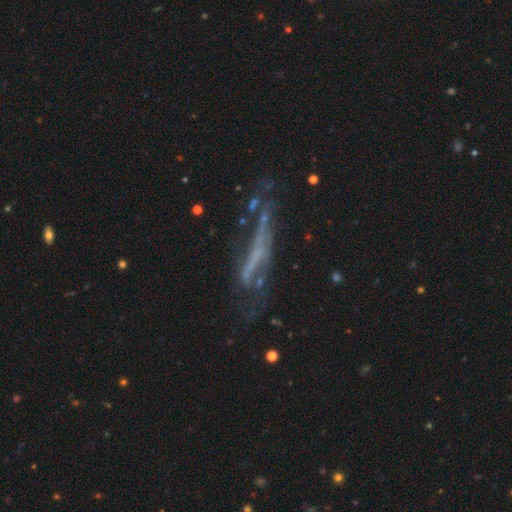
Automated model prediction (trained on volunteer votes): A featured or disk galaxy (59%) viewed edge-on (51%).

Vote fractions:
- Smooth or featured? featured or disk: 59% / smooth: 23% / star or artifact: 18%
- Edge-on disk? yes: 51% / no: 49%
- Merging? none: 38% / major disturbance: 32% / minor disturbance: 22% / merger: 9%